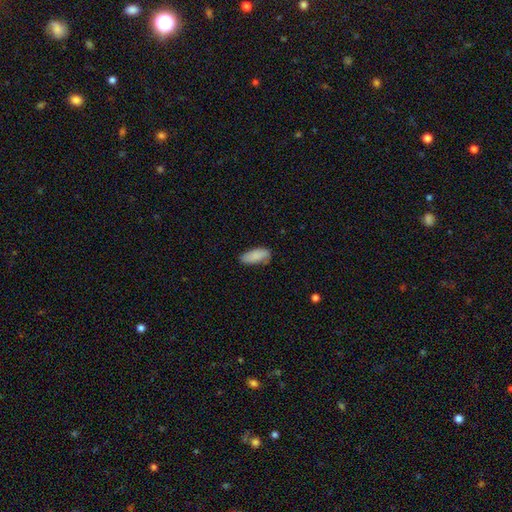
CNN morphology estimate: A smooth galaxy with no disk features (86%) that is in between round and cigar-shaped (83%).

Vote fractions:
- Smooth or featured? smooth: 86% / featured or disk: 7% / star or artifact: 6%
- How rounded? in between: 83% / cigar-shaped: 15% / round: 2%
- Merging? none: 69% / minor disturbance: 24% / major disturbance: 5% / merger: 2%